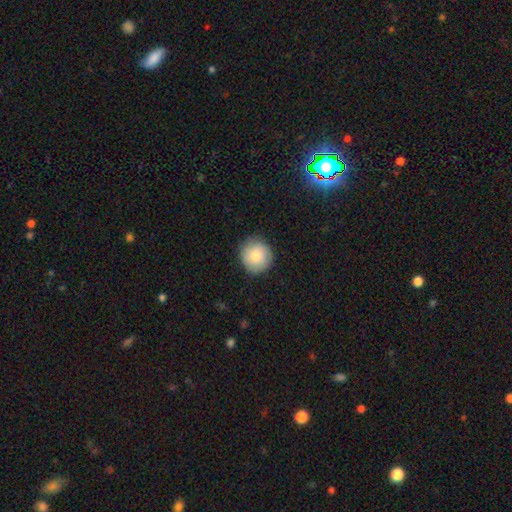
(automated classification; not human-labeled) Overall: smooth (82%). How rounded: round (93%). Merging: none (85%).